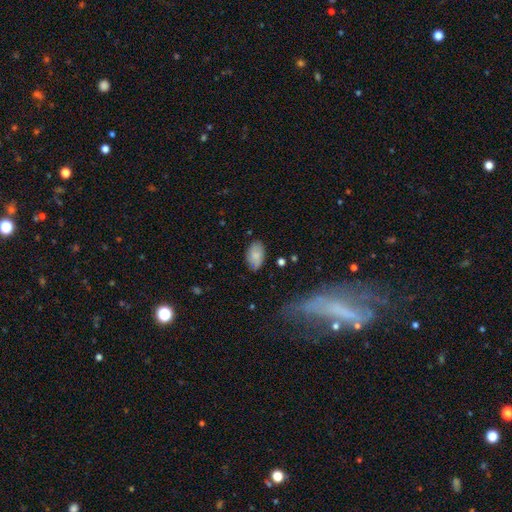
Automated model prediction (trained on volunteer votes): A smooth galaxy with no disk features (81%) that is in between round and cigar-shaped (93%). Merging: none (81%).